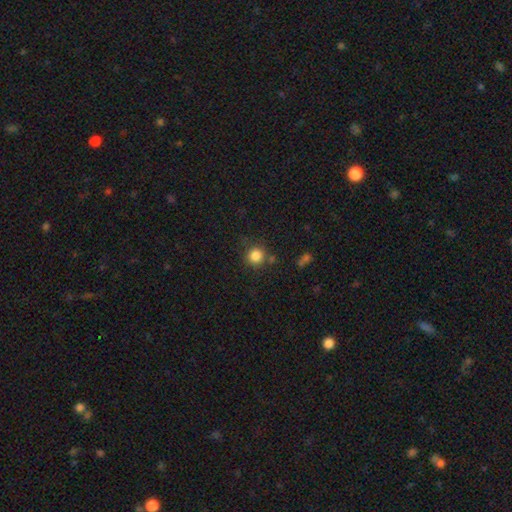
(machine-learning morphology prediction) Smooth or featured?
  - smooth: 84% *
  - star or artifact: 11%
  - featured or disk: 5%
How rounded?
  - round: 93% *
  - in between: 6%
  - cigar-shaped: 1%
Merging?
  - none: 80% *
  - minor disturbance: 11%
  - merger: 6%
  - major disturbance: 4%